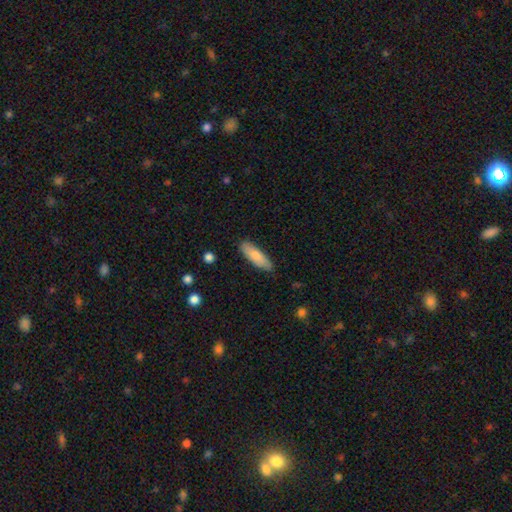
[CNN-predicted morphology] type=smooth (79%); roundness=in between (51%); merging=none (84%).